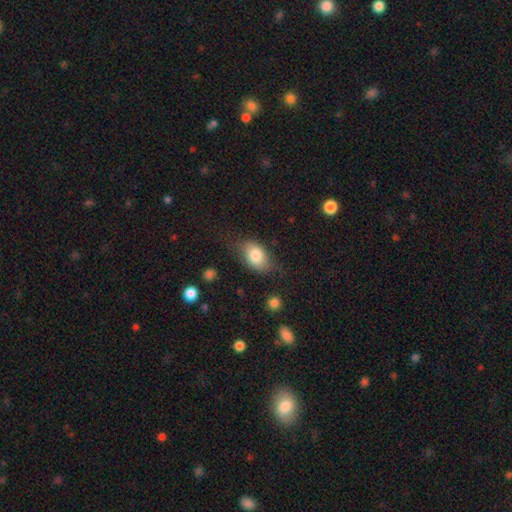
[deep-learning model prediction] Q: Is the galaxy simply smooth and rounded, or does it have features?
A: smooth — 79%.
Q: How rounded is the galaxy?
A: in between — 86%.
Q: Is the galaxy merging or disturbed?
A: none — 66%.